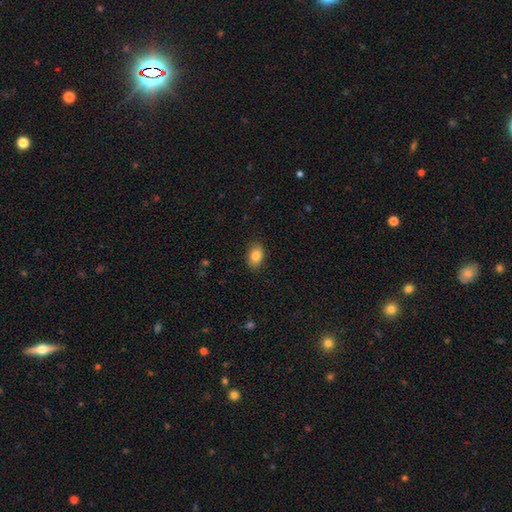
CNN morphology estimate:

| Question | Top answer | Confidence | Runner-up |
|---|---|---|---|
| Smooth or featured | smooth | 85% | star or artifact (8%) |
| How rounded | in between | 85% | round (14%) |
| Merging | none | 88% | minor disturbance (9%) |